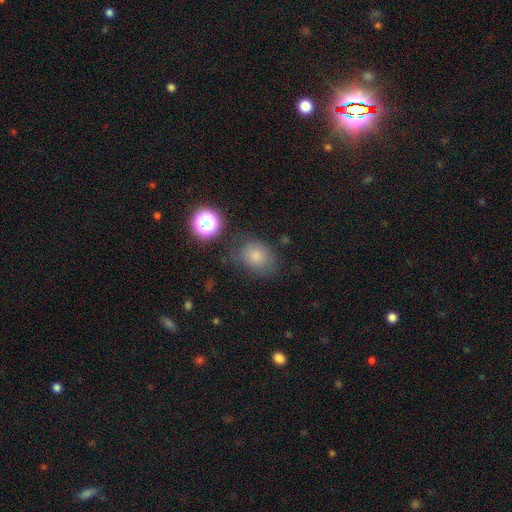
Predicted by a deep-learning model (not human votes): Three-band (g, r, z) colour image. It shows a smooth galaxy with no disk features (76%) that is in between round and cigar-shaped (51%). Merging: none (67%).